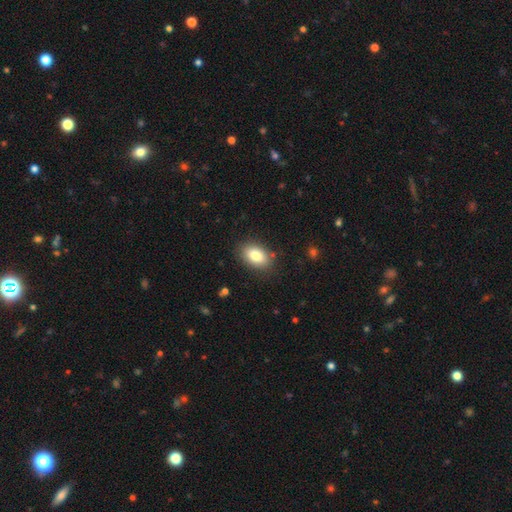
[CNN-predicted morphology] Smooth or featured: smooth — 84% (featured or disk — 8%)
How rounded: in between — 89% (round — 9%)
Merging: none — 85% (minor disturbance — 10%)